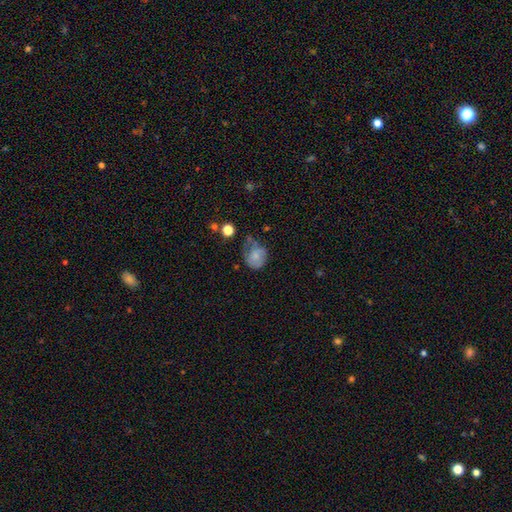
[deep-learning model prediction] This appears to be a smooth galaxy with no disk features (69%) that is round (63%). Merging: none (36%, tied with minor disturbance).